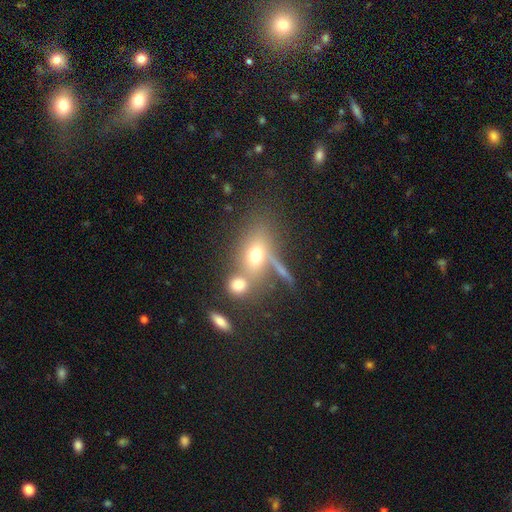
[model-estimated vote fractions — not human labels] The model was most divided on "merging": none: 47%, merger: 32%, minor disturbance: 12%, major disturbance: 9%. More confident: how rounded — in between (62%); smooth or featured — smooth (61%).